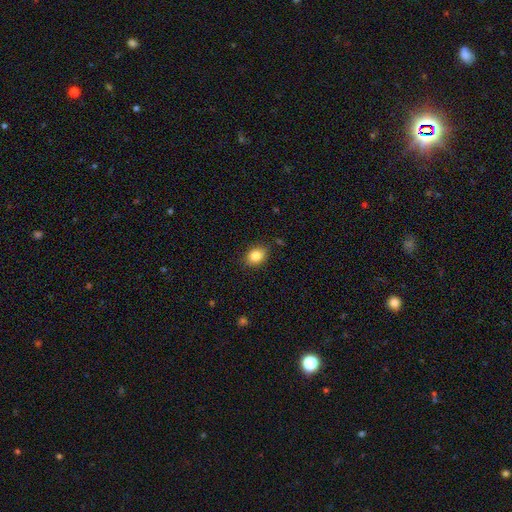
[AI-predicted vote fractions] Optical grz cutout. It shows a smooth galaxy with no disk features (84%) that is in between round and cigar-shaped (60%). Merging: none (83%).